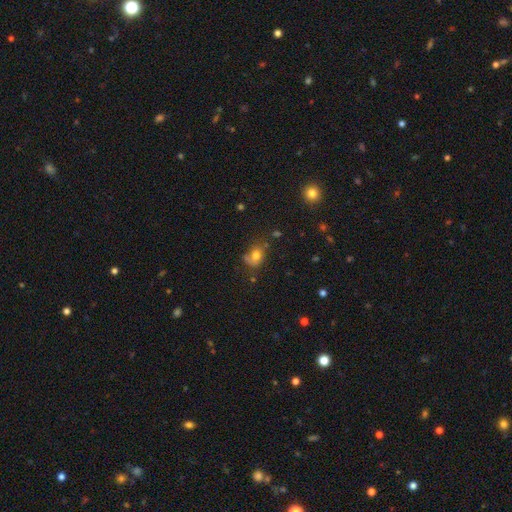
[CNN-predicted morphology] The model was most divided on "how rounded": in between: 52%, round: 47%, cigar-shaped: 1%. Remaining: smooth or featured — smooth (68%); merging — none (46%).